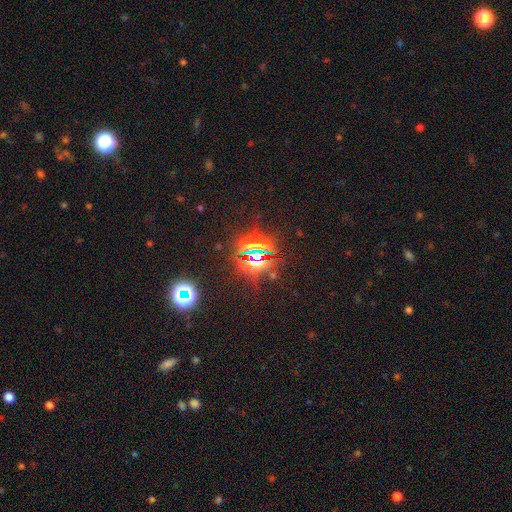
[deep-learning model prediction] Smooth or featured? star or artifact (81%)